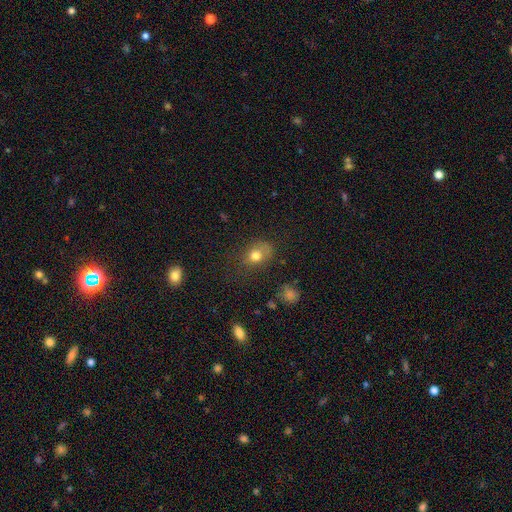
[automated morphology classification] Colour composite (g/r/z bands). It shows a smooth galaxy with no disk features (76%) that is in between round and cigar-shaped (54%). Merging: none (55%).